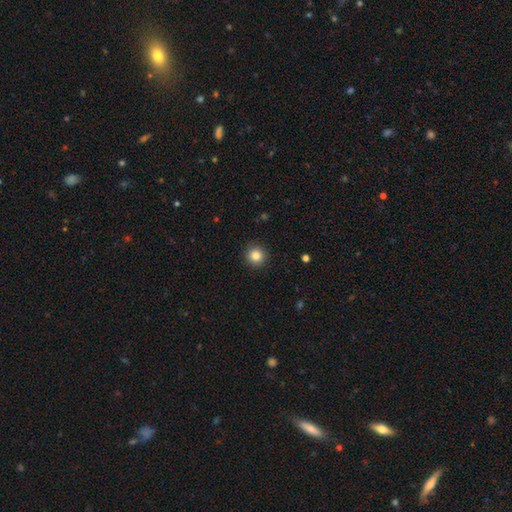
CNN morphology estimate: Smooth or featured: smooth — 84% (star or artifact — 11%)
How rounded: round — 95% (in between — 4%)
Merging: none — 92% (minor disturbance — 5%)